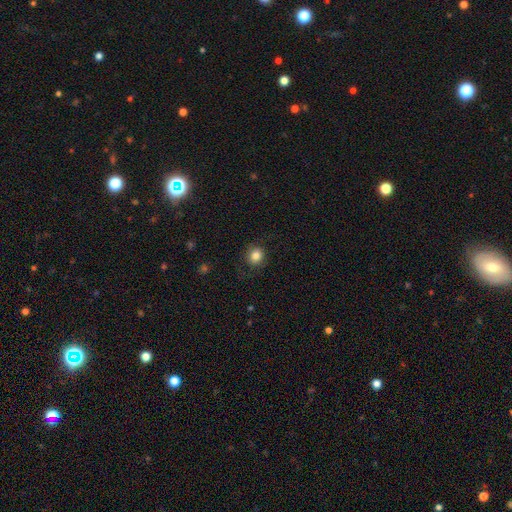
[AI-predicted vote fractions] A smooth galaxy with no disk features (84%) that is round (78%). Merging: none (79%).